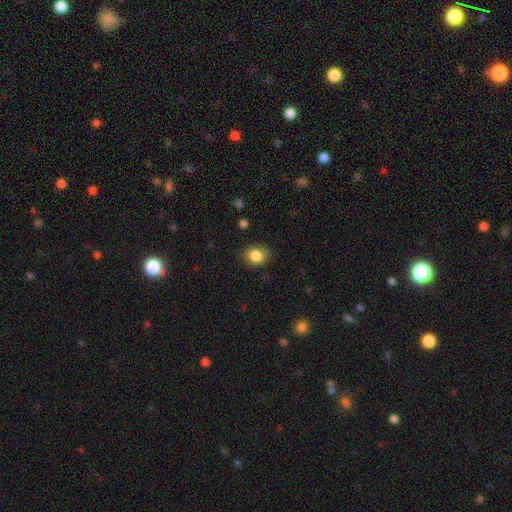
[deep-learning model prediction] Smooth or featured? Predicted: smooth (p=0.84). How rounded? Predicted: round (p=0.59). Merging? Predicted: none (p=0.79).